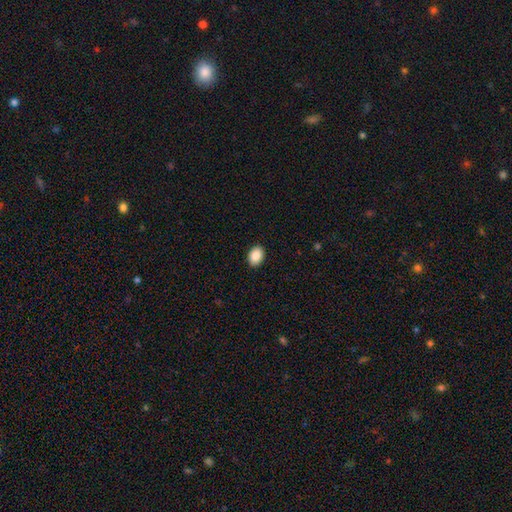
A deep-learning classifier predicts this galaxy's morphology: This appears to be a smooth galaxy with no disk features (89%) that is in between round and cigar-shaped (81%). Merging: none (90%).